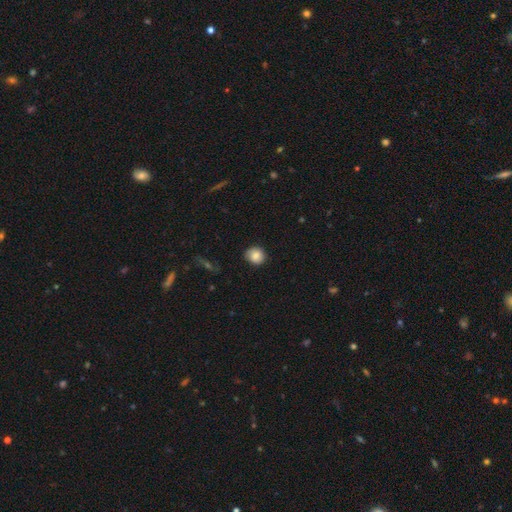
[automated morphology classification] Smooth or featured: smooth — 84% (star or artifact — 8%)
How rounded: round — 82% (in between — 17%)
Merging: none — 84% (minor disturbance — 13%)